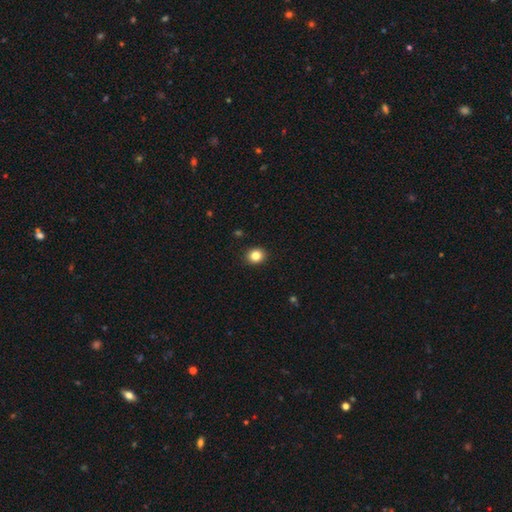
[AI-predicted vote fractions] smooth 84%, star or artifact 11%, featured or disk 6%. Down the decision tree: how rounded — round (72%); merging — none (92%).